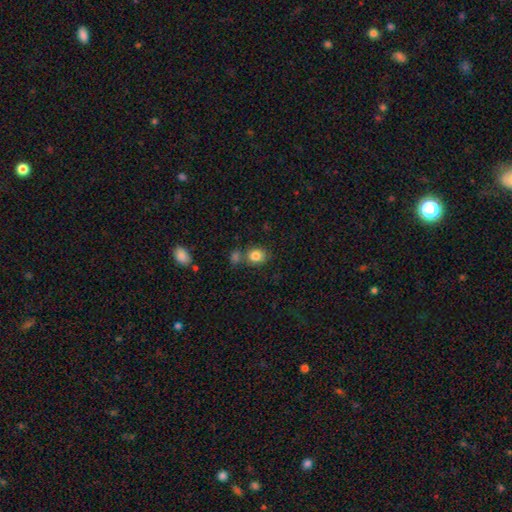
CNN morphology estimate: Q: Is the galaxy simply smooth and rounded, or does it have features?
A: smooth — 84%.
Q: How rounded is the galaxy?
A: round — 63%.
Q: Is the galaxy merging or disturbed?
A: none — 64%.